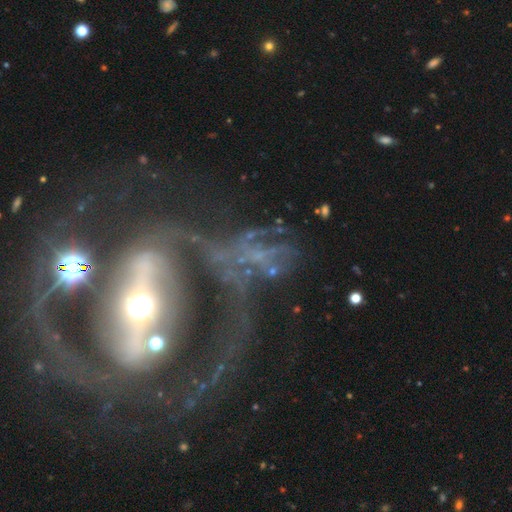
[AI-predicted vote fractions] Morphology: type=featured or disk (83%); edge-on=no (89%); bar=strong (70%); spiral arms=yes (72%); winding=medium (39%); arm count=2 (71%); bulge=moderate (60%); merging=none (45%).